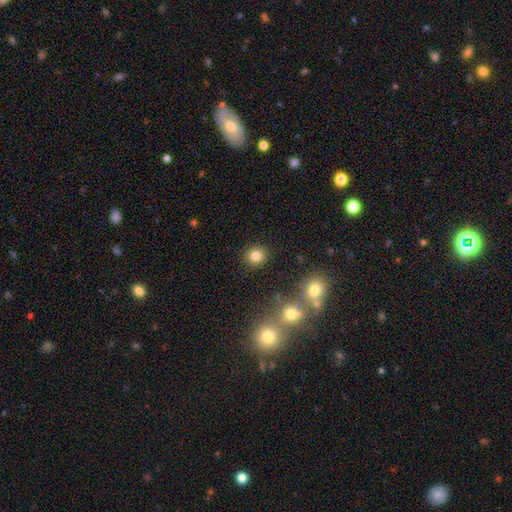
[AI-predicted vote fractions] Smooth or featured? smooth (82%)
How rounded? round (87%)
Merging? none (89%)